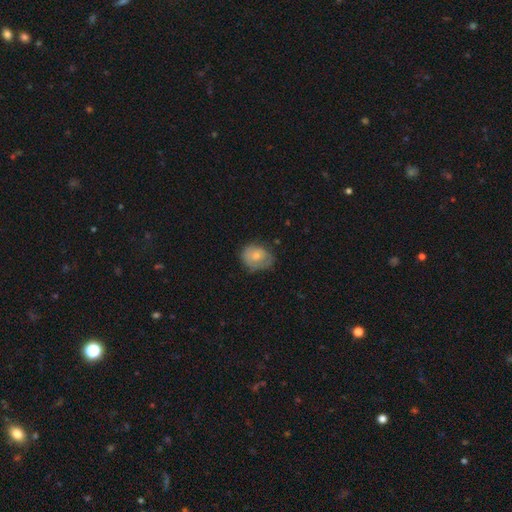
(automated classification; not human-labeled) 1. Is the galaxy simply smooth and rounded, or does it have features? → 64% smooth, 28% featured or disk, 7% star or artifact.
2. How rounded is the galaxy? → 52% round, 48% in between, 1% cigar-shaped.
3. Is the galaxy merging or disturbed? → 58% none, 30% minor disturbance, 11% major disturbance, 2% merger.